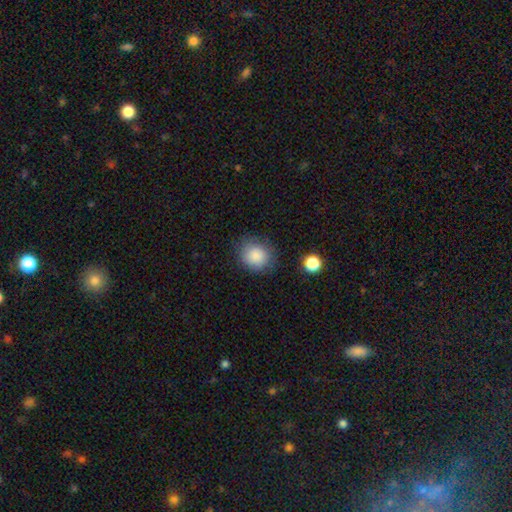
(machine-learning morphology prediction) Smooth or featured? smooth (86%)
How rounded? round (77%)
Merging? none (79%)